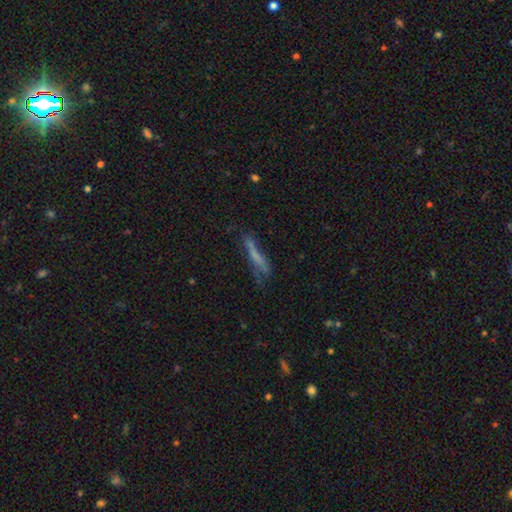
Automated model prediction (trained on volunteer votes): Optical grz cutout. It shows a smooth galaxy with no disk features (53%) that is cigar-shaped (87%). Merging: none (45%).